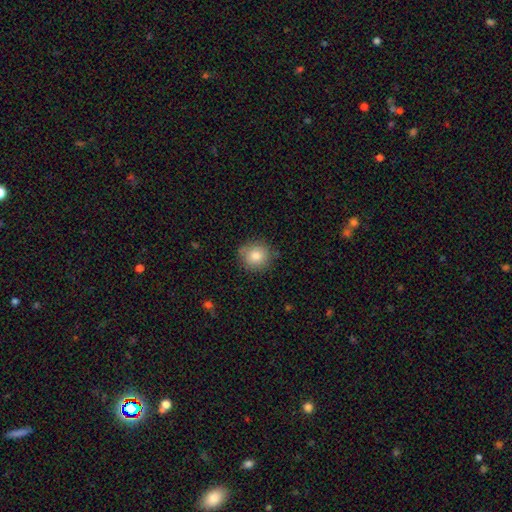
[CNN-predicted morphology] A smooth galaxy with no disk features (81%) that is round (88%).

Vote fractions:
- Smooth or featured? smooth: 81% / star or artifact: 9% / featured or disk: 9%
- How rounded? round: 88% / in between: 11% / cigar-shaped: 1%
- Merging? none: 82% / minor disturbance: 14% / major disturbance: 3% / merger: 2%